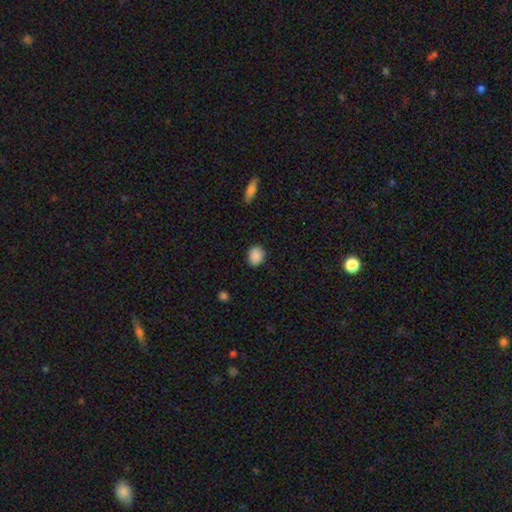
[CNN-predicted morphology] A smooth galaxy with no disk features (89%) that is round (62%).

Vote fractions:
- Smooth or featured? smooth: 89% / star or artifact: 8% / featured or disk: 3%
- How rounded? round: 62% / in between: 37% / cigar-shaped: 1%
- Merging? none: 85% / minor disturbance: 11% / major disturbance: 2% / merger: 1%